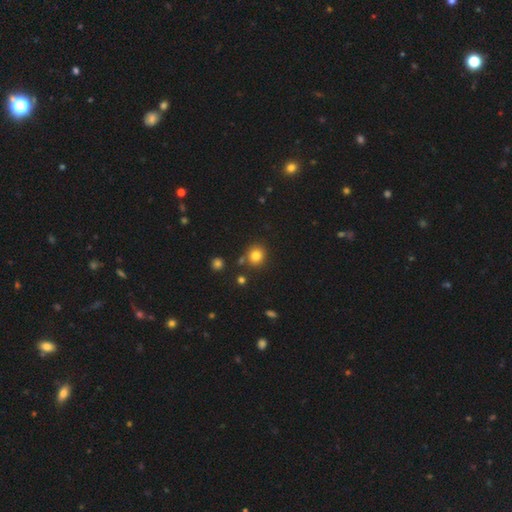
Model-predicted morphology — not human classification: smooth_or_featured: smooth (p=0.81) [alt: star or artifact p=0.13]
how_rounded: round (p=0.83) [alt: in between p=0.16]
merging: none (p=0.79) [alt: minor disturbance p=0.10]